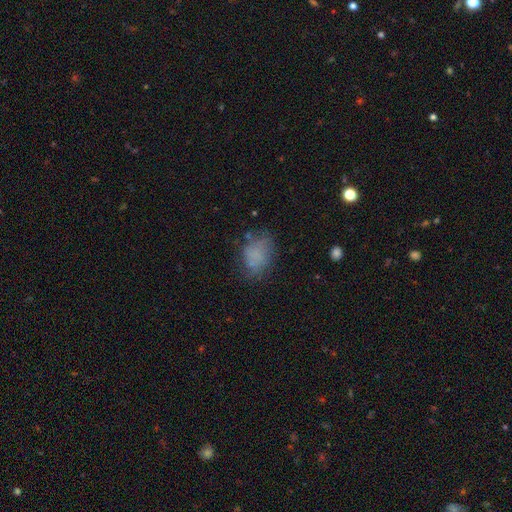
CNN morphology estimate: Smooth or featured: smooth — 66% (featured or disk — 21%)
How rounded: in between — 73% (round — 25%)
Merging: none — 56% (minor disturbance — 25%)